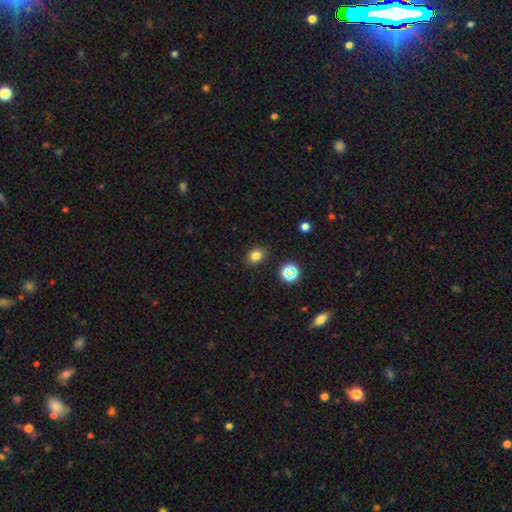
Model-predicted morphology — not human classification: type=smooth (79%); roundness=round (56%); merging=none (88%).